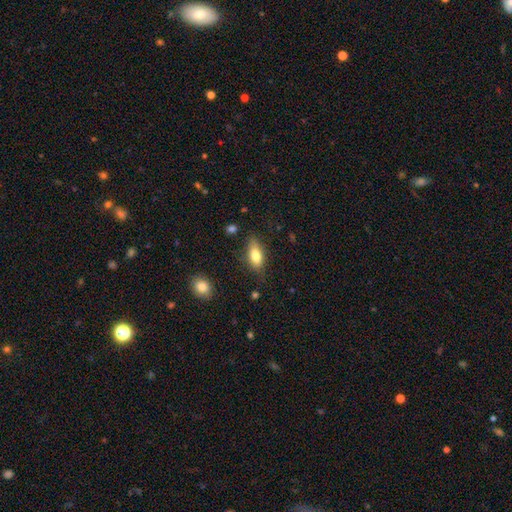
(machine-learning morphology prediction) Smooth or featured: smooth — 77% (featured or disk — 16%)
How rounded: in between — 81% (cigar-shaped — 15%)
Merging: none — 75% (minor disturbance — 19%)